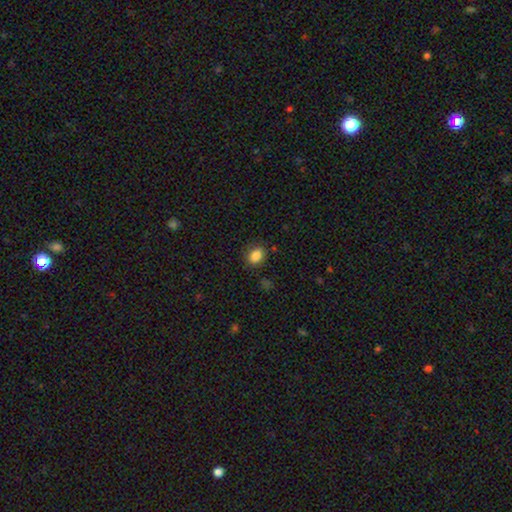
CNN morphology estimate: A smooth galaxy with no disk features (86%) that is in between round and cigar-shaped (59%). Merging: none (82%).